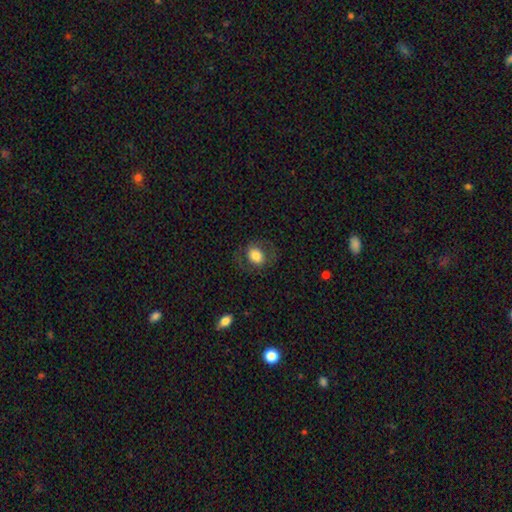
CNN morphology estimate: A smooth galaxy with no disk features (72%) that is in between round and cigar-shaped (54%). Merging: none (76%).